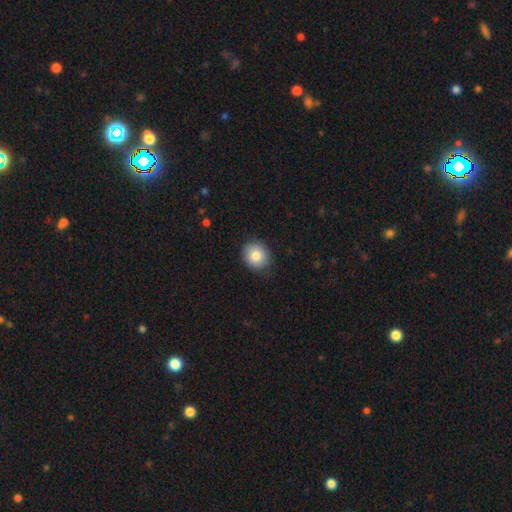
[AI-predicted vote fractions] A smooth galaxy with no disk features (81%) that is round (73%). Merging: none (83%).